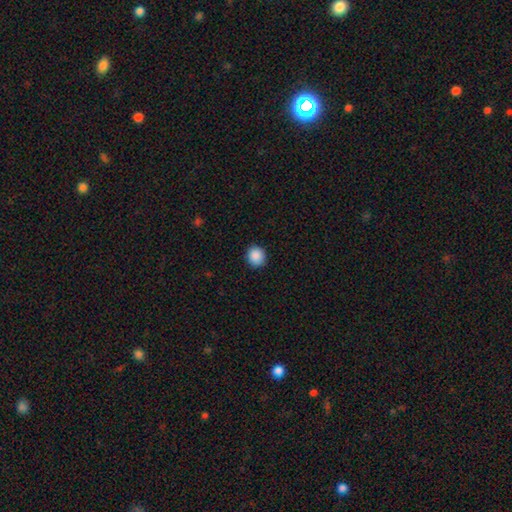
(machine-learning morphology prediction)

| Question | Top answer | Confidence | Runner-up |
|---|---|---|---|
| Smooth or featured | smooth | 89% | star or artifact (9%) |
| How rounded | round | 82% | in between (17%) |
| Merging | none | 89% | minor disturbance (8%) |